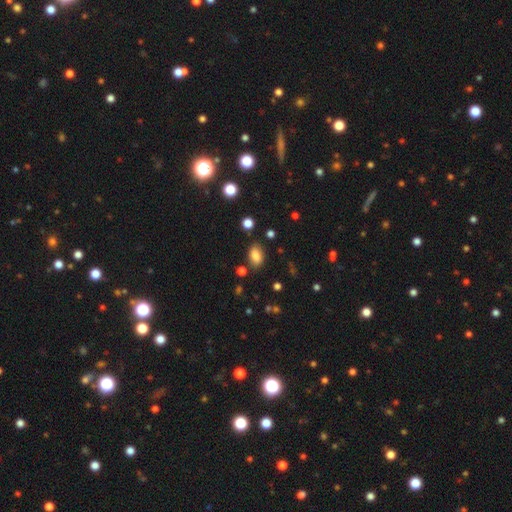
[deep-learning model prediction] smooth_or_featured: smooth (p=0.83) [alt: star or artifact p=0.10]
how_rounded: in between (p=0.88) [alt: round p=0.10]
merging: none (p=0.80) [alt: minor disturbance p=0.13]